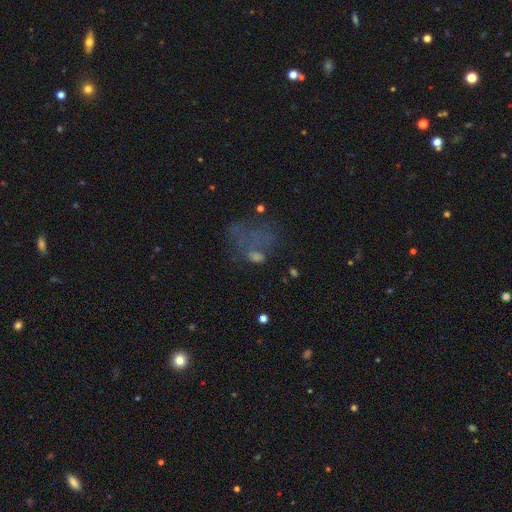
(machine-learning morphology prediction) The model was most divided on "smooth or featured": smooth: 38%, featured or disk: 35%, star or artifact: 27%. Remaining: merging — major disturbance (42%).